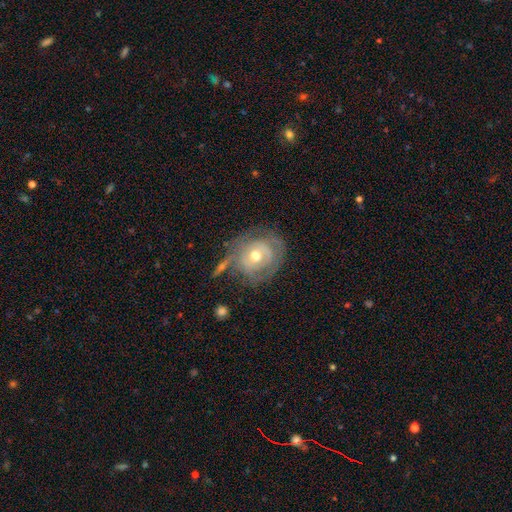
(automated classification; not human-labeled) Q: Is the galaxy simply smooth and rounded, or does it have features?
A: featured or disk — 68%.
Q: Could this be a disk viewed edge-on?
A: no — 96%.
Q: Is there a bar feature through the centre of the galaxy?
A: no — 75%.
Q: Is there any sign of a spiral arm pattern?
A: yes — 66%.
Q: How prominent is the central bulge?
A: moderate — 73%.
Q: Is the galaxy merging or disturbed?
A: none — 57%.